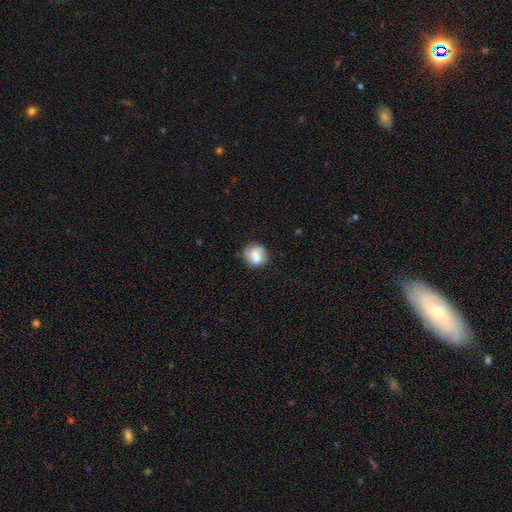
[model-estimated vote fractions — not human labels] Smooth or featured: smooth — 61% (featured or disk — 31%)
How rounded: round — 79% (in between — 20%)
Merging: none — 64% (minor disturbance — 23%)